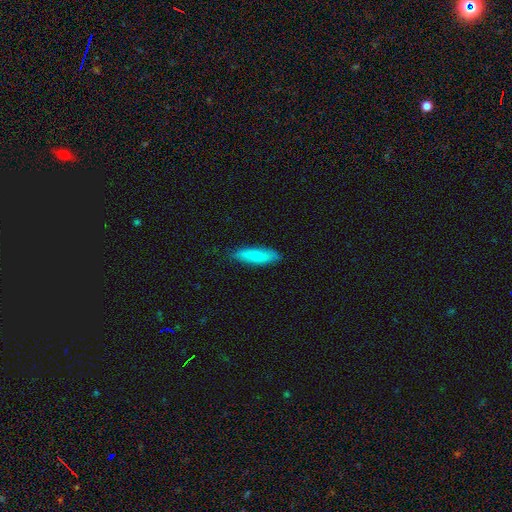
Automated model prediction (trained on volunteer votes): A smooth galaxy with no disk features (74%) that is cigar-shaped (60%). Merging: none (82%).